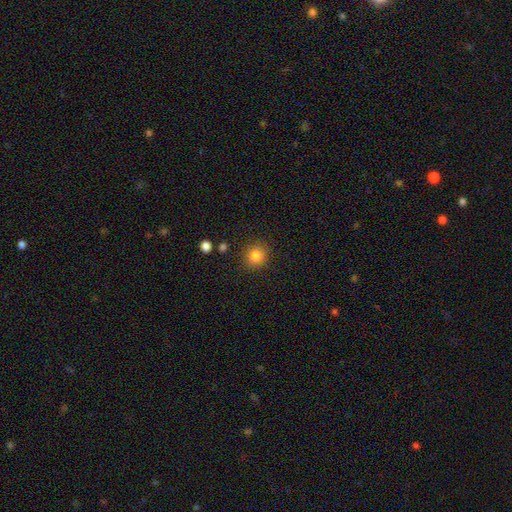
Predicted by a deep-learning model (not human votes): Q: Smooth or featured?
A: smooth (83%); runner-up: star or artifact (11%)
Q: How rounded?
A: round (86%); runner-up: in between (13%)
Q: Merging?
A: none (88%); runner-up: minor disturbance (8%)